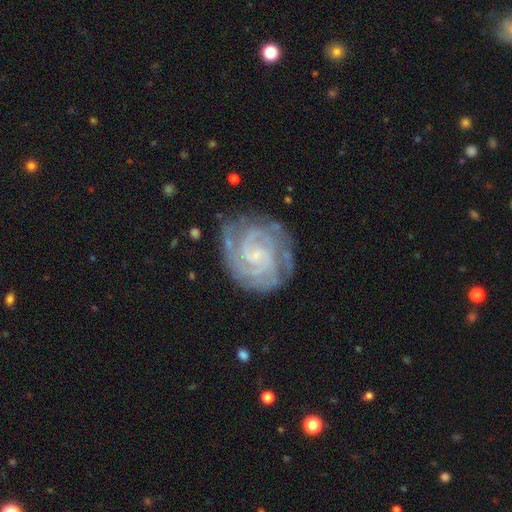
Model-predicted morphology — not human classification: Smooth or featured: featured or disk — 90% (star or artifact — 5%)
Edge-on disk: no — 98% (yes — 2%)
Bar: no — 51% (weak — 38%)
Spiral arms: yes — 98% (no — 2%)
Spiral winding: tight — 73% (medium — 24%)
Spiral arm count: 2 — 49% (3 — 21%)
Bulge size: small — 67% (none — 17%)
Merging: none — 78% (minor disturbance — 16%)